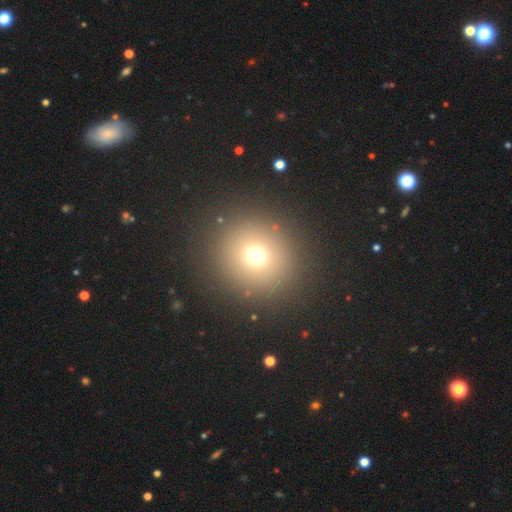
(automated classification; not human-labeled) A smooth galaxy with no disk features (70%) that is round (92%).

Vote fractions:
- Smooth or featured? smooth: 70% / star or artifact: 21% / featured or disk: 9%
- How rounded? round: 92% / in between: 7% / cigar-shaped: 1%
- Merging? none: 89% / minor disturbance: 6% / major disturbance: 4% / merger: 2%